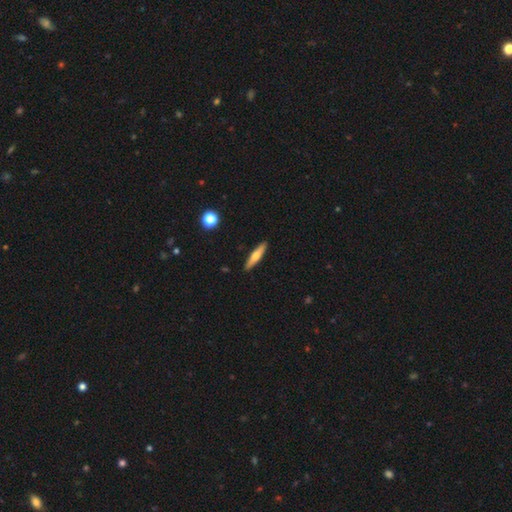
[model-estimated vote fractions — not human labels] Overall: smooth (54%; featured or disk 40%). How rounded: cigar-shaped (83%). Merging: none (90%).